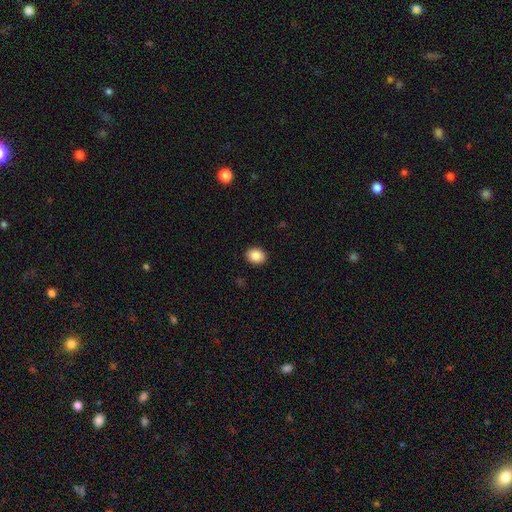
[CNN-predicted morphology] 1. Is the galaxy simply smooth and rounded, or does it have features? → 88% smooth, 8% star or artifact, 4% featured or disk.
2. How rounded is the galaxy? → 60% in between, 39% round, 1% cigar-shaped.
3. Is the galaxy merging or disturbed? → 91% none, 6% minor disturbance, 2% major disturbance, 1% merger.